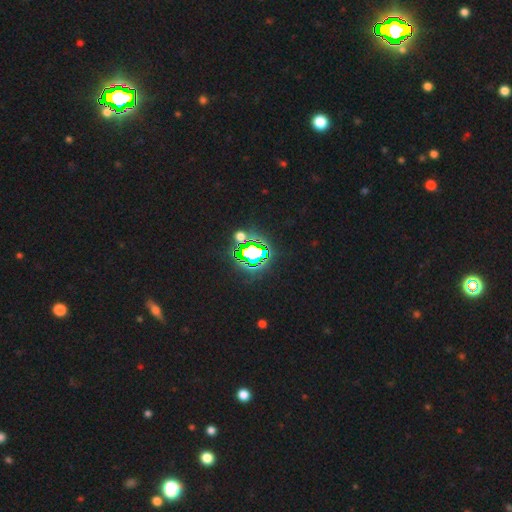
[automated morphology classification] A star or artifact, not a galaxy (76%).

Vote fractions:
- Smooth or featured? star or artifact: 76% / smooth: 14% / featured or disk: 10%